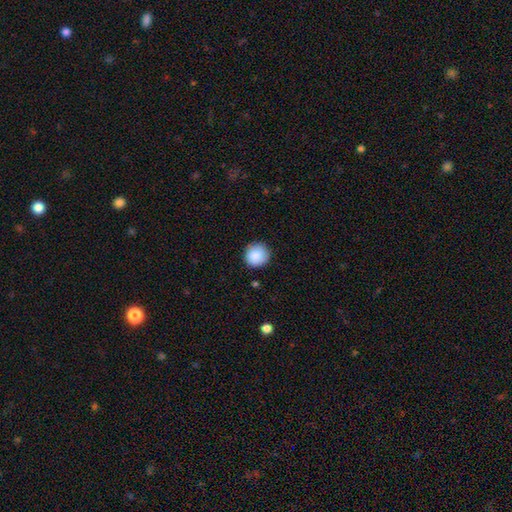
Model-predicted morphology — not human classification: A smooth galaxy with no disk features (89%) that is round (93%).

Vote fractions:
- Smooth or featured? smooth: 89% / star or artifact: 8% / featured or disk: 4%
- How rounded? round: 93% / in between: 6% / cigar-shaped: 1%
- Merging? none: 88% / minor disturbance: 9% / major disturbance: 2% / merger: 1%